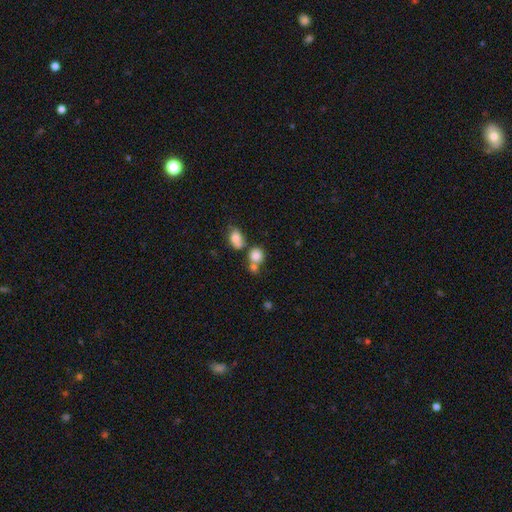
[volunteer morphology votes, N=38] This appears to be a smooth galaxy with no disk features (84%) that is round (88%). Merging: none (81%).